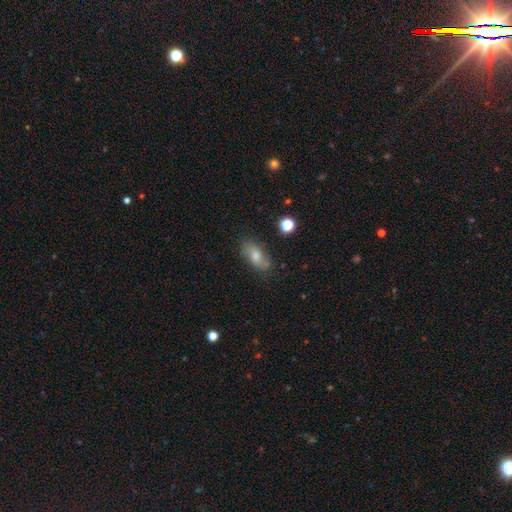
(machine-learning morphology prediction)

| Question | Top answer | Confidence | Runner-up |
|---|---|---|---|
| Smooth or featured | smooth | 66% | featured or disk (23%) |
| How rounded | in between | 82% | cigar-shaped (11%) |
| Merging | none | 73% | minor disturbance (19%) |